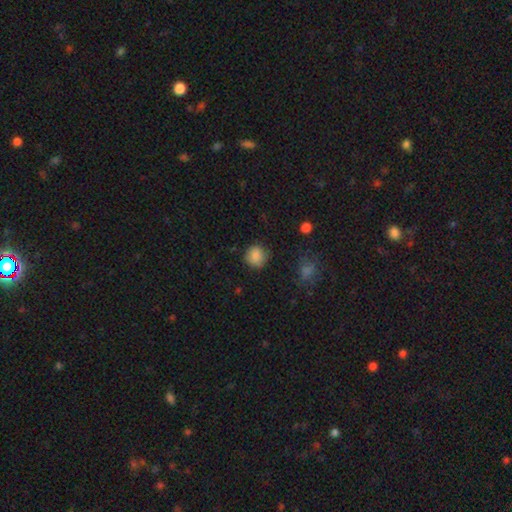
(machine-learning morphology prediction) Smooth or featured? smooth (86%)
How rounded? round (87%)
Merging? none (79%)